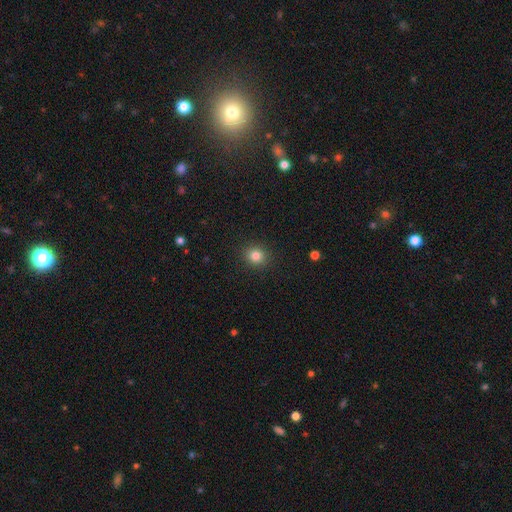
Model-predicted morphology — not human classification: Q: Smooth or featured?
A: smooth (83%); runner-up: star or artifact (12%)
Q: How rounded?
A: round (82%); runner-up: in between (17%)
Q: Merging?
A: none (90%); runner-up: minor disturbance (6%)